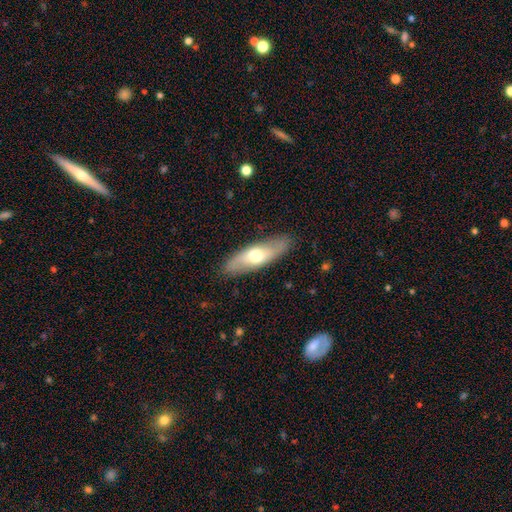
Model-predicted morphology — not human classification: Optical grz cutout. It shows a smooth galaxy with no disk features (52%) that is in between round and cigar-shaped (54%). Merging: none (86%).